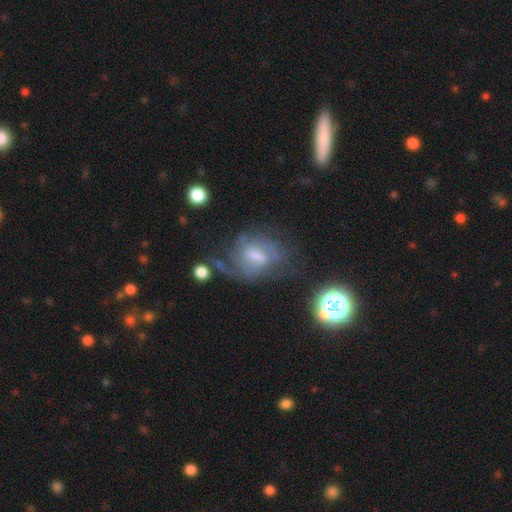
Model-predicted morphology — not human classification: Smooth or featured? Predicted: featured or disk (p=0.69). Edge-on disk? Predicted: no (p=0.96). Bar? Predicted: weak (p=0.57). Spiral arms? Predicted: yes (p=0.86). Spiral winding? Predicted: medium (p=0.43). Spiral arm count? Predicted: can't tell (p=0.43). Bulge size? Predicted: moderate (p=0.45). Merging? Predicted: none (p=0.53).